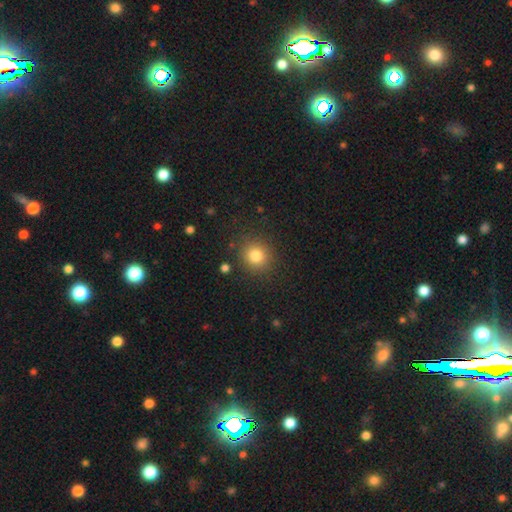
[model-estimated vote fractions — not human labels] This appears to be a smooth galaxy with no disk features (81%) that is round (87%). Merging: none (87%).